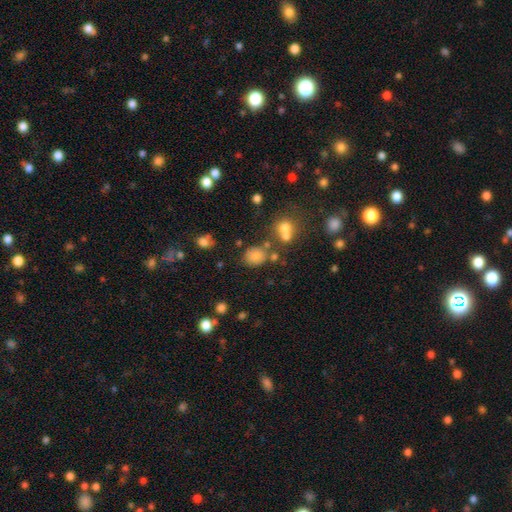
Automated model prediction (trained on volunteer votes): Morphology: type=smooth (75%); roundness=round (58%); merging=none (68%).